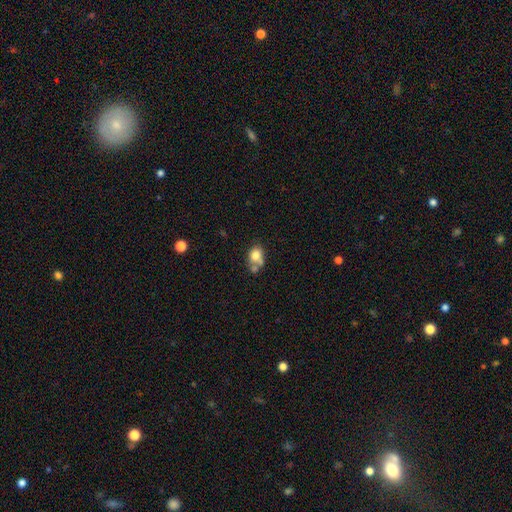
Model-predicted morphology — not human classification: The model was most divided on "merging" (2-way tie): merger: 38%, none: 38%, minor disturbance: 16%, major disturbance: 7%. More confident: smooth or featured — smooth (74%); how rounded — in between (52%).